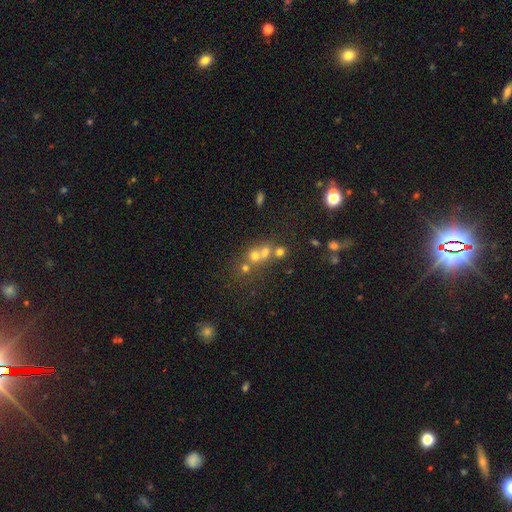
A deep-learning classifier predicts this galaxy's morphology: This is possibly a smooth galaxy (53%). How rounded: likely round (79%). Merging: possibly merger (49%).